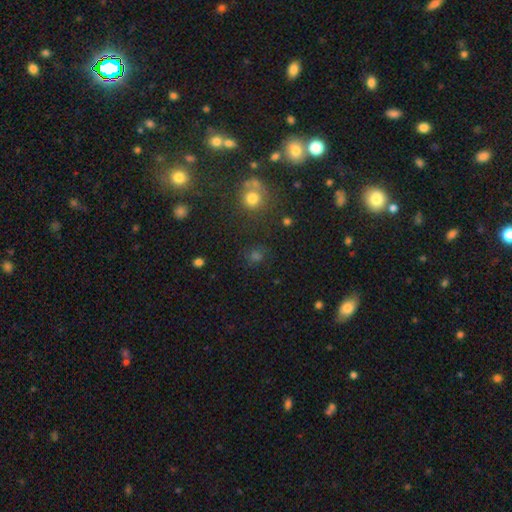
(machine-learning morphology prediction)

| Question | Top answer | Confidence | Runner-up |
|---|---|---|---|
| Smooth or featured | smooth | 56% | star or artifact (36%) |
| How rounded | round | 85% | in between (14%) |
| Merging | none | 78% | minor disturbance (11%) |